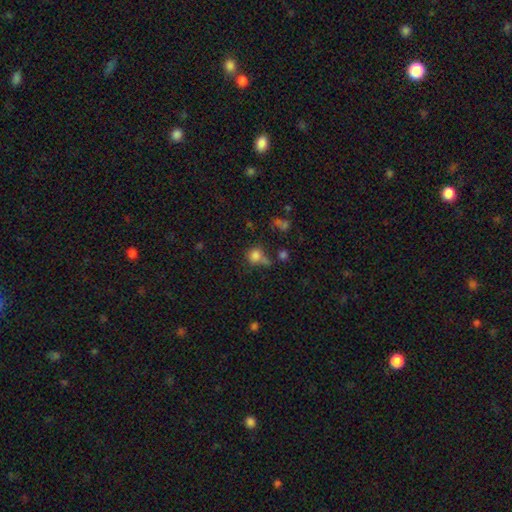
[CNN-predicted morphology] This appears to be a smooth galaxy with no disk features (78%) that is round (75%). Merging: none (47%).